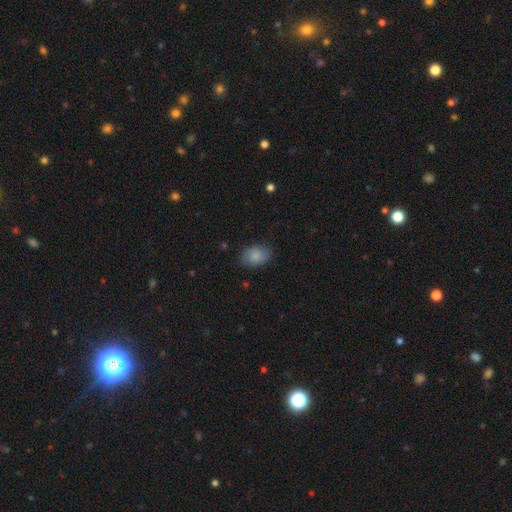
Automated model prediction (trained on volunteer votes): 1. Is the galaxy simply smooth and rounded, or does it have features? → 85% smooth, 8% featured or disk, 7% star or artifact.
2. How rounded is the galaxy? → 80% in between, 19% round, 1% cigar-shaped.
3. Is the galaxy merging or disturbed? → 80% none, 15% minor disturbance, 4% major disturbance, 1% merger.